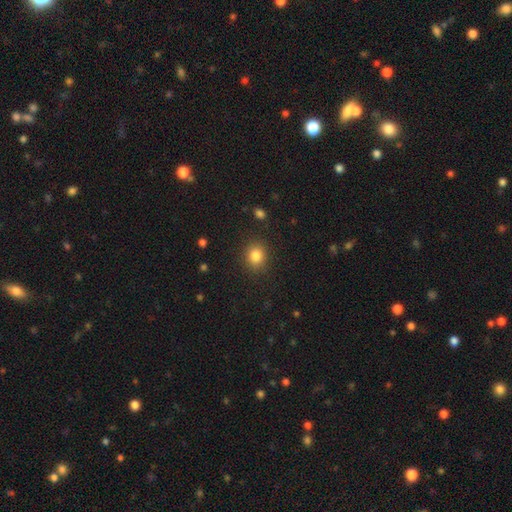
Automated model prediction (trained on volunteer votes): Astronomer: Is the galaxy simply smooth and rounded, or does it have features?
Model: smooth — 83%.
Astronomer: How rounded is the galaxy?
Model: round — 71%.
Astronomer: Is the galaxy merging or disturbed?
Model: none — 88%.